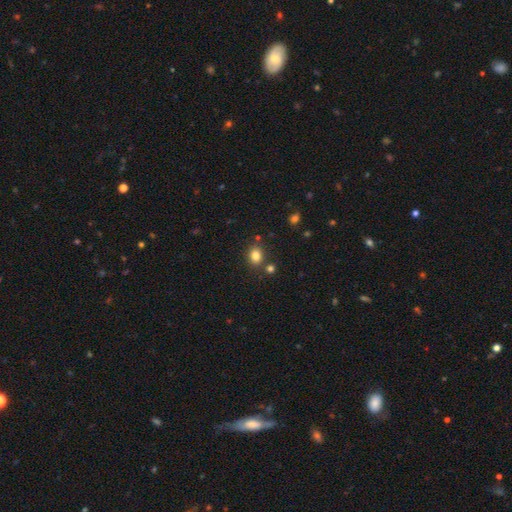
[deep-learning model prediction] Morphology: type=smooth (82%); roundness=round (52%); merging=none (78%).